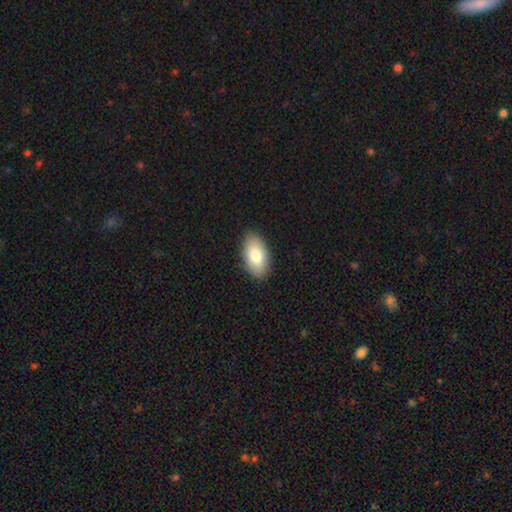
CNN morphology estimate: The model was most divided on "smooth or featured": smooth: 80%, featured or disk: 14%, star or artifact: 7%. More confident: how rounded — in between (94%); merging — none (89%).